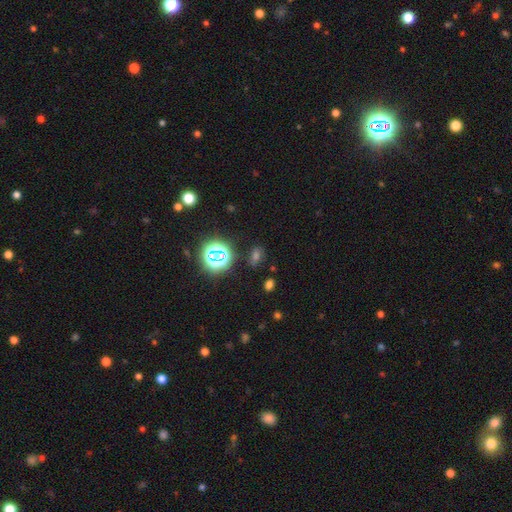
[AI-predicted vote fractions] This is possibly a star or artifact rather than a galaxy (47%).